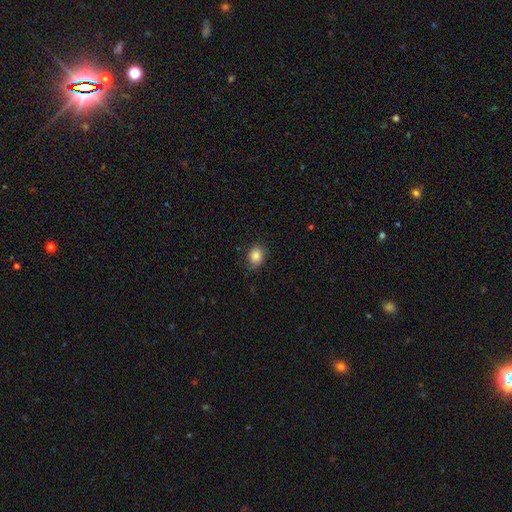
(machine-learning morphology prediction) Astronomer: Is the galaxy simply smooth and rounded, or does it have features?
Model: smooth — 85%.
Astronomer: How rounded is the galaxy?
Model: in between — 53% (runner-up: round, 46%).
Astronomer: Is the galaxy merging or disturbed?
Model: none — 77%.